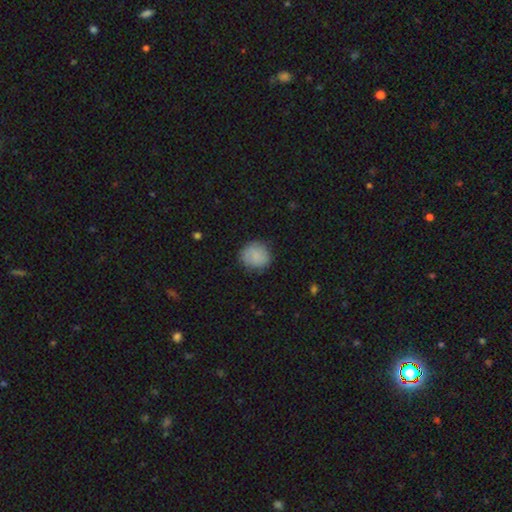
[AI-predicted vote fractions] This appears to be a smooth galaxy with no disk features (85%) that is round (84%). Merging: none (81%).